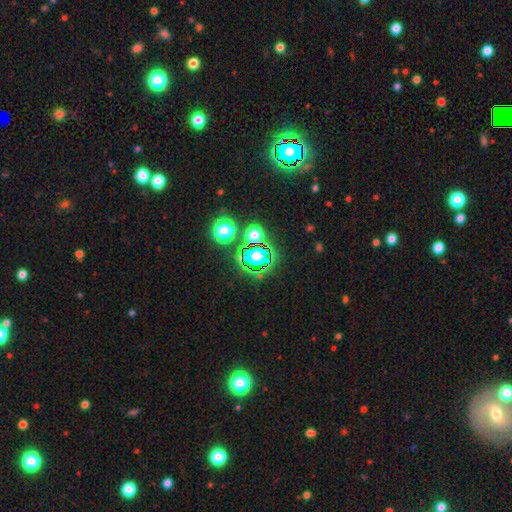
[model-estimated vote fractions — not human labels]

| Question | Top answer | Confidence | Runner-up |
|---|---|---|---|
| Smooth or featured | star or artifact | 61% | smooth (28%) |